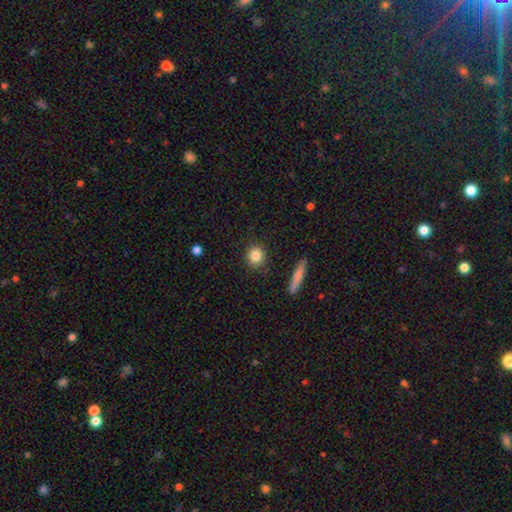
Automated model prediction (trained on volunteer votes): smooth 84%, star or artifact 9%, featured or disk 7%. Down the decision tree: how rounded — round (81%); merging — none (87%).